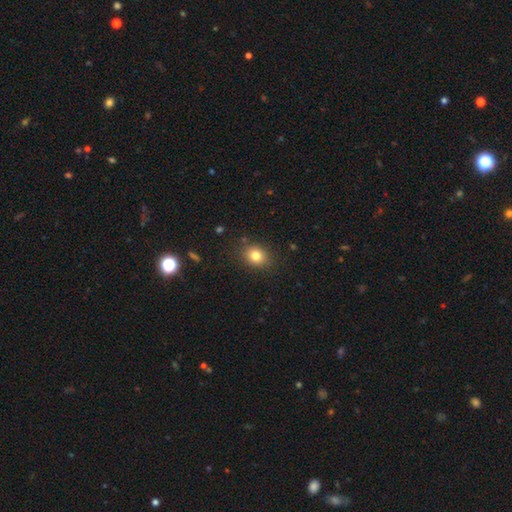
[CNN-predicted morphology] type=smooth (80%); roundness=round (62%); merging=none (85%).